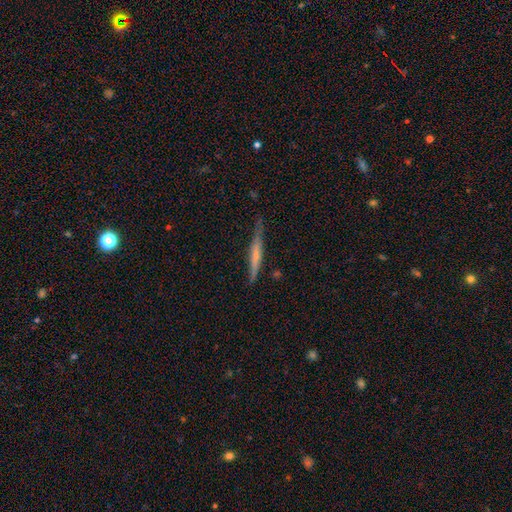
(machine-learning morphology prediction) featured or disk 51%, smooth 43%, star or artifact 6%. Down the decision tree: edge-on disk — yes (94%); merging — none (77%).